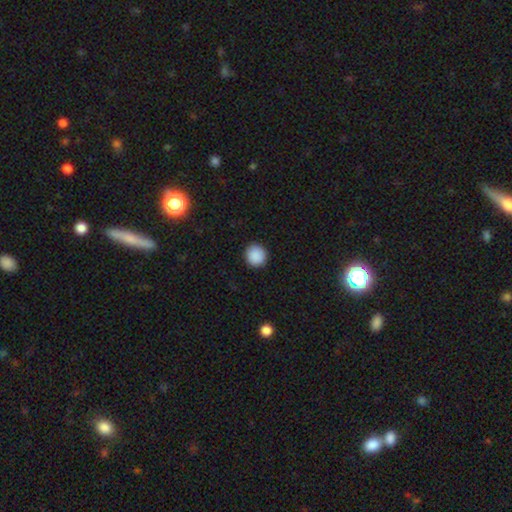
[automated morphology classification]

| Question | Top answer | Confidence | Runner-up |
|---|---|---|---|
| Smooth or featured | smooth | 90% | star or artifact (8%) |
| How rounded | round | 93% | in between (6%) |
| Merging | none | 92% | minor disturbance (5%) |